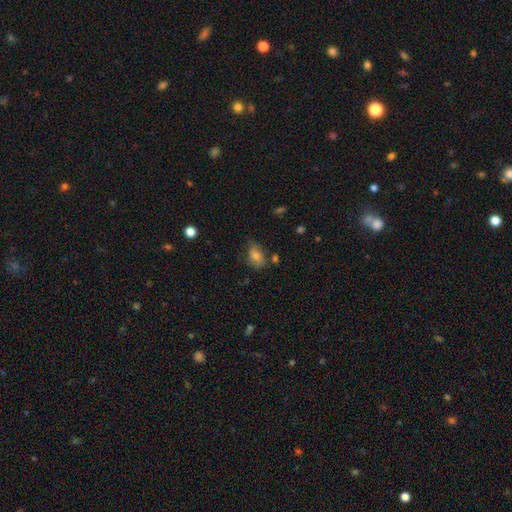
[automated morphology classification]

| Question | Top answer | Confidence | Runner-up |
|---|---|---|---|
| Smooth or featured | smooth | 77% | featured or disk (12%) |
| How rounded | in between | 85% | round (11%) |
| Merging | none | 64% | minor disturbance (25%) |